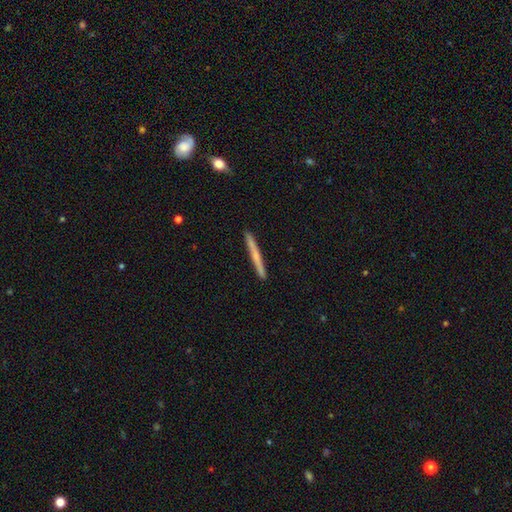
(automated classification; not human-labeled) This appears to be a smooth galaxy with no disk features (49%). Merging: none (92%).